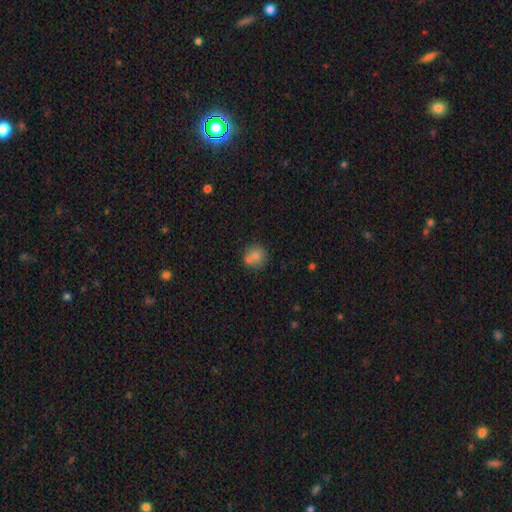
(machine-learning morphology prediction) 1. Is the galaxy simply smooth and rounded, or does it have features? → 75% smooth, 13% featured or disk, 12% star or artifact.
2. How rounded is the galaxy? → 89% round, 10% in between, 1% cigar-shaped.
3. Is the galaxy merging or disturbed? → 57% none, 32% merger, 9% minor disturbance, 3% major disturbance.